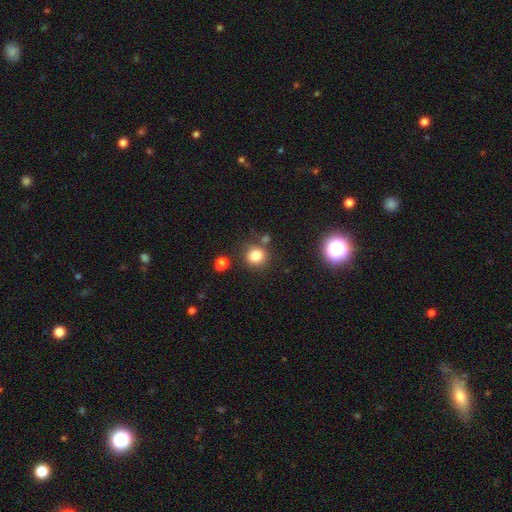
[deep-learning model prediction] Q: Smooth or featured?
A: smooth (81%); runner-up: star or artifact (12%)
Q: How rounded?
A: round (83%); runner-up: in between (16%)
Q: Merging?
A: none (76%); runner-up: minor disturbance (11%)